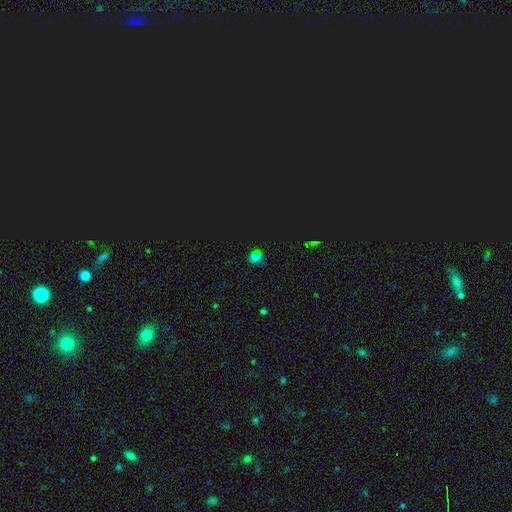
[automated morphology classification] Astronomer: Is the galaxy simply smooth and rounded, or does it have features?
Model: smooth — 54% (runner-up: star or artifact, 40%).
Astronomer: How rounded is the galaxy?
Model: round — 79%.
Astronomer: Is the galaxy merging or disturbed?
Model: none — 81%.